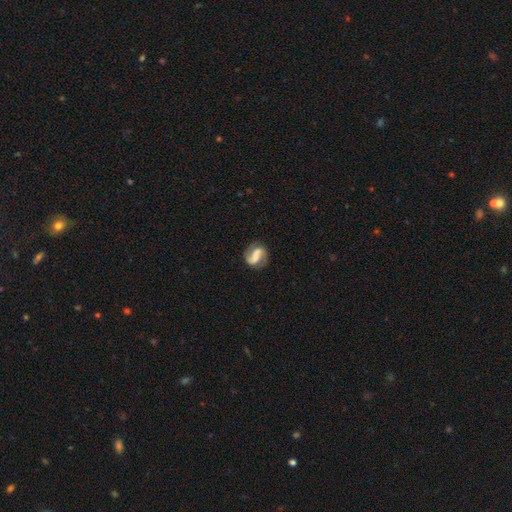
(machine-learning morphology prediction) Smooth or featured: featured or disk — 76% (smooth — 17%)
Edge-on disk: no — 97% (yes — 3%)
Bar: strong — 44% (weak — 36%)
Spiral arms: yes — 92% (no — 8%)
Spiral winding: loose — 45% (medium — 39%)
Spiral arm count: 2 — 88% (1 — 5%)
Bulge size: none — 33% (small — 30%)
Merging: none — 78% (minor disturbance — 14%)